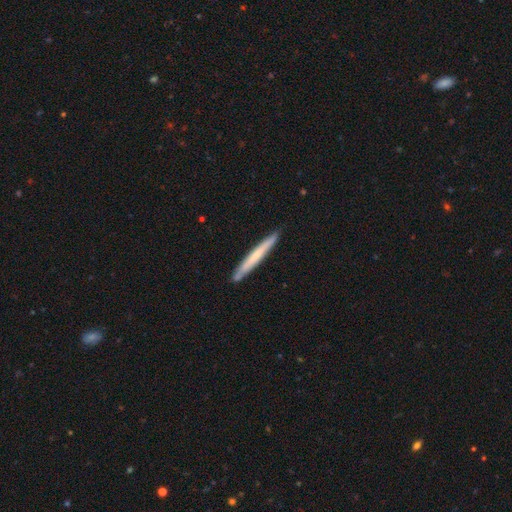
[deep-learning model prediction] smooth 53%, featured or disk 42%, star or artifact 5%. Down the decision tree: how rounded — cigar-shaped (97%); merging — none (88%).